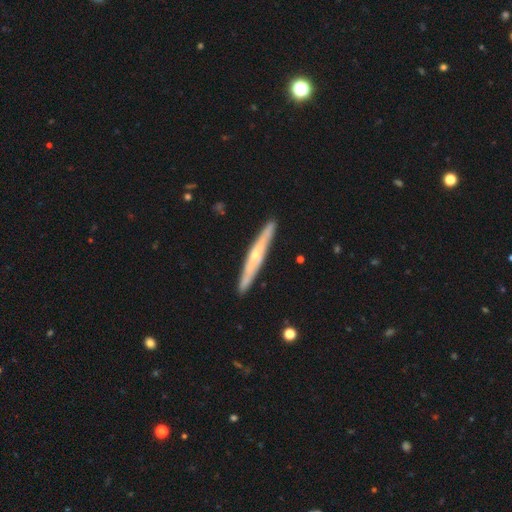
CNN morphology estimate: Smooth or featured? featured or disk (64%)
Edge-on disk? yes (93%)
Edge-on bulge? rounded (68%)
Merging? none (91%)